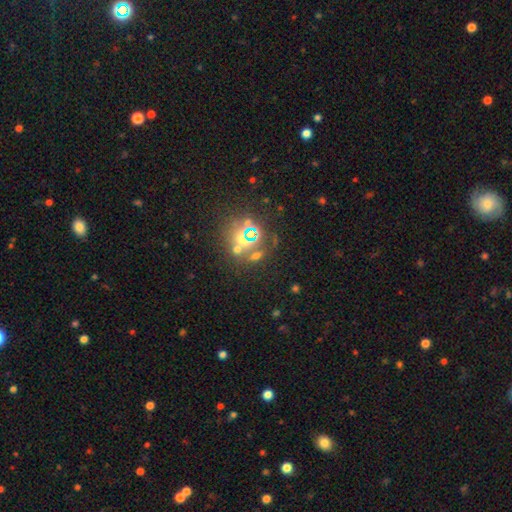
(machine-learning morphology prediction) smooth_or_featured: star or artifact (p=0.61) [alt: smooth p=0.26]